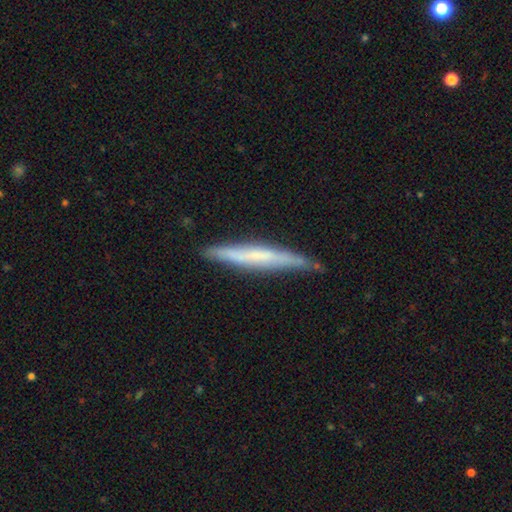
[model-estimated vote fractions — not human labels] Q: Smooth or featured?
A: featured or disk (51%); runner-up: smooth (43%)
Q: Edge-on disk?
A: yes (91%); runner-up: no (9%)
Q: Merging?
A: none (76%); runner-up: minor disturbance (19%)